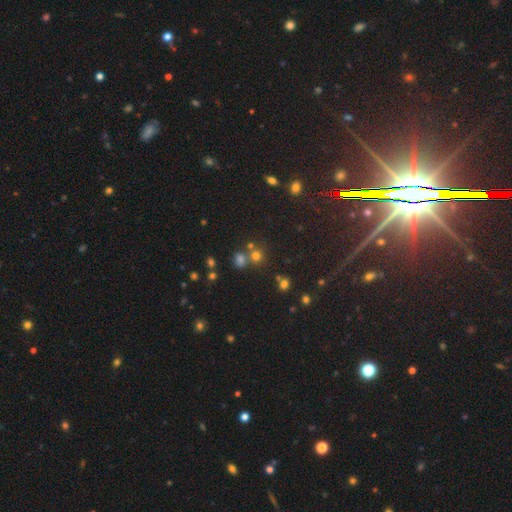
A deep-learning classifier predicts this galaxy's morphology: Smooth or featured?
  - smooth: 63% *
  - star or artifact: 28%
  - featured or disk: 8%
How rounded?
  - round: 87% *
  - in between: 12%
  - cigar-shaped: 1%
Merging?
  - none: 63% *
  - merger: 26%
  - minor disturbance: 8%
  - major disturbance: 4%